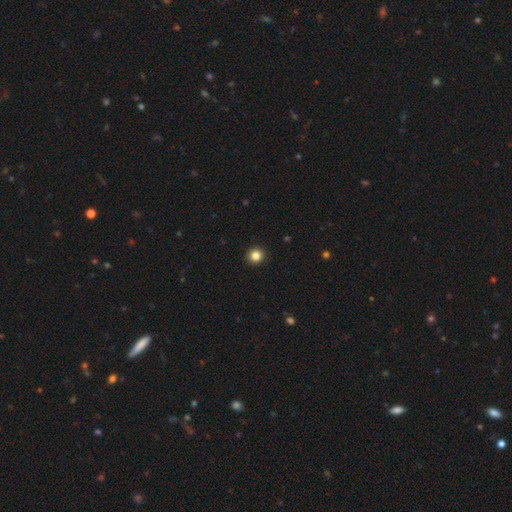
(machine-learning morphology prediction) type=smooth (84%); roundness=round (94%); merging=none (93%).